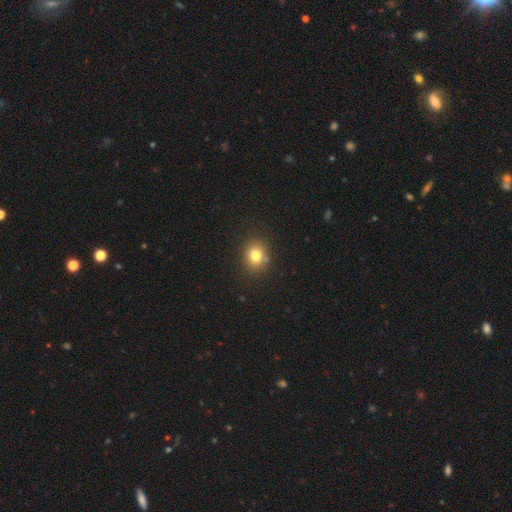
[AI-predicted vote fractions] This is likely a smooth galaxy (78%). How rounded: likely round (70%). Merging: clearly none (83%).